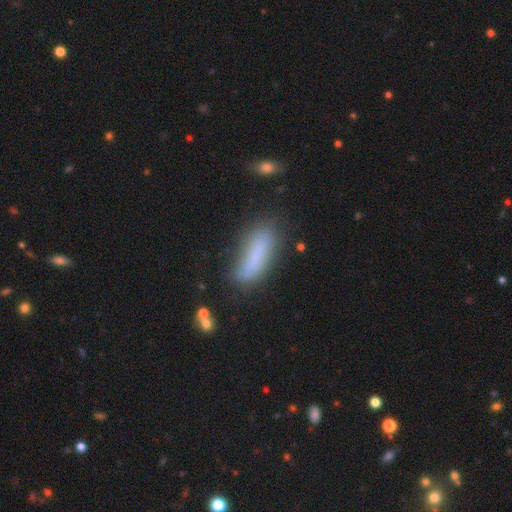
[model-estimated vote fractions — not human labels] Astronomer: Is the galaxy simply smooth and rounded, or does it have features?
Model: smooth — 74%.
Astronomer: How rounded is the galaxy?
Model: in between — 51% (runner-up: cigar-shaped, 47%).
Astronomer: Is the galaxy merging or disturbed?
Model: none — 60%.